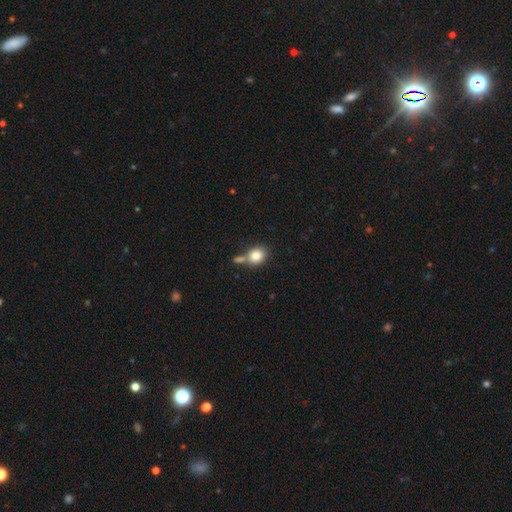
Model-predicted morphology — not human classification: Smooth or featured?
  - smooth: 84% *
  - star or artifact: 9%
  - featured or disk: 7%
How rounded?
  - round: 70% *
  - in between: 29%
  - cigar-shaped: 1%
Merging?
  - none: 52% *
  - merger: 31%
  - minor disturbance: 12%
  - major disturbance: 5%